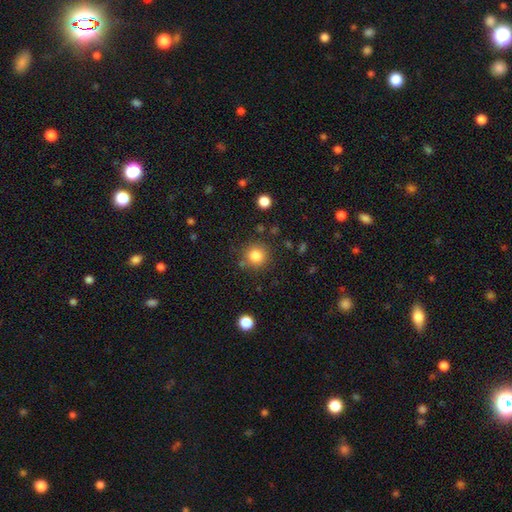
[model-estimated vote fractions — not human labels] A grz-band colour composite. It shows a smooth galaxy with no disk features (83%) that is round (93%). Merging: none (83%).